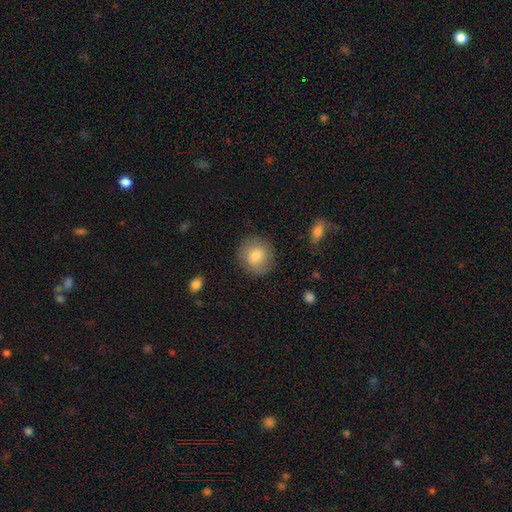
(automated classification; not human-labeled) Q: Smooth or featured?
A: smooth (80%); runner-up: featured or disk (13%)
Q: How rounded?
A: round (89%); runner-up: in between (10%)
Q: Merging?
A: none (86%); runner-up: minor disturbance (10%)